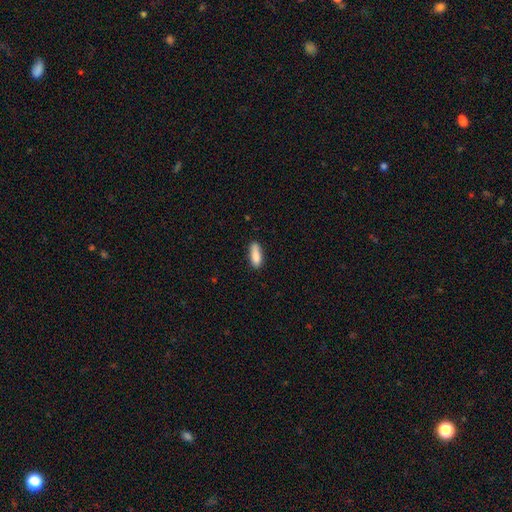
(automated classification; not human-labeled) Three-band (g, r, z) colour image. It shows a smooth galaxy with no disk features (87%) that is in between round and cigar-shaped (61%). Merging: none (76%).